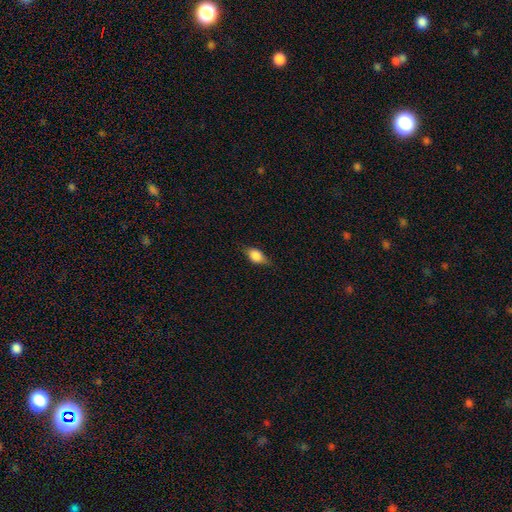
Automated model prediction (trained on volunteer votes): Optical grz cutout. It shows a smooth galaxy with no disk features (75%) that is in between round and cigar-shaped (79%). Merging: none (66%).